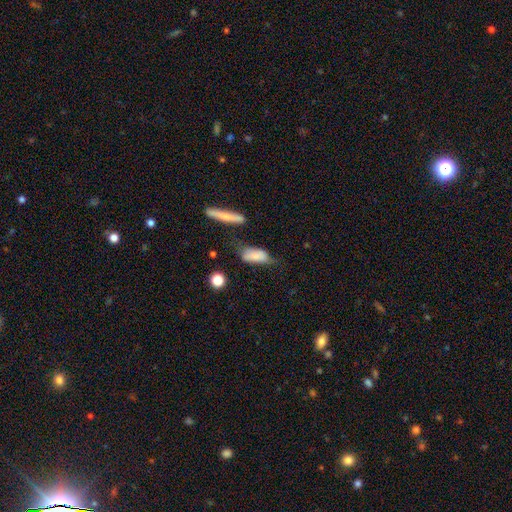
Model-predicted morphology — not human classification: Smooth or featured?
  - smooth: 76% *
  - featured or disk: 16%
  - star or artifact: 8%
How rounded?
  - in between: 77% *
  - cigar-shaped: 19%
  - round: 4%
Merging?
  - none: 39% *
  - minor disturbance: 36%
  - major disturbance: 16%
  - merger: 9%